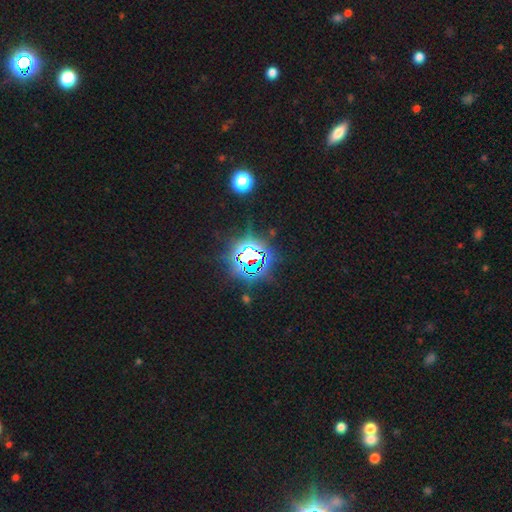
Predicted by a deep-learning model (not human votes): Smooth or featured? Predicted: star or artifact (p=0.80).